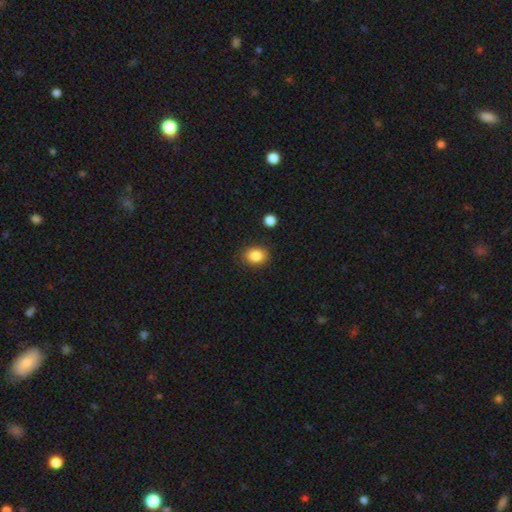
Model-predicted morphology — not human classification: smooth_or_featured: smooth (p=0.86) [alt: star or artifact p=0.09]
how_rounded: in between (p=0.54) [alt: round p=0.45]
merging: none (p=0.87) [alt: minor disturbance p=0.09]